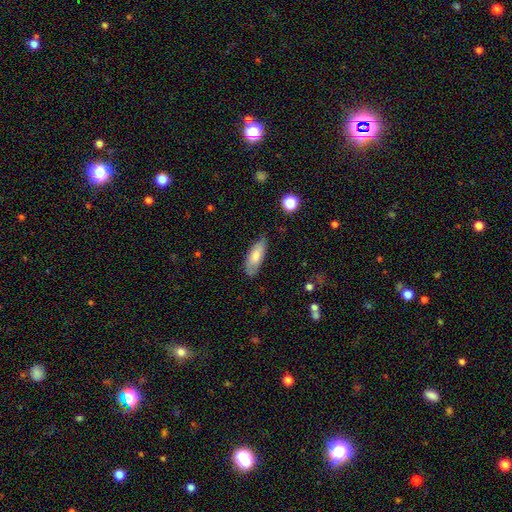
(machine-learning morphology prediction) type=smooth (77%); roundness=in between (71%); merging=none (71%).